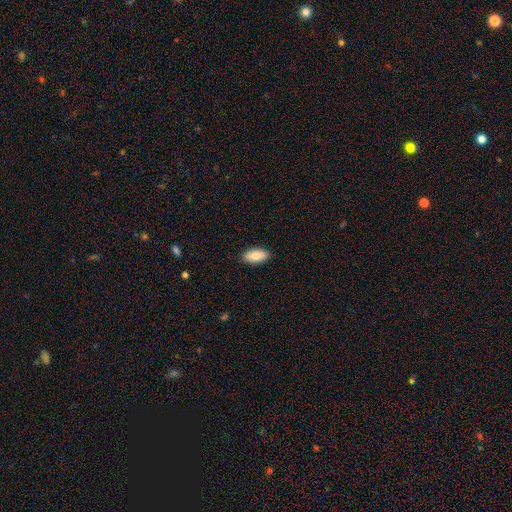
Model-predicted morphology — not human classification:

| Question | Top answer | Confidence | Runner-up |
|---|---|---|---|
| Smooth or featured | smooth | 85% | featured or disk (9%) |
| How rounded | in between | 93% | cigar-shaped (5%) |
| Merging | none | 89% | minor disturbance (9%) |